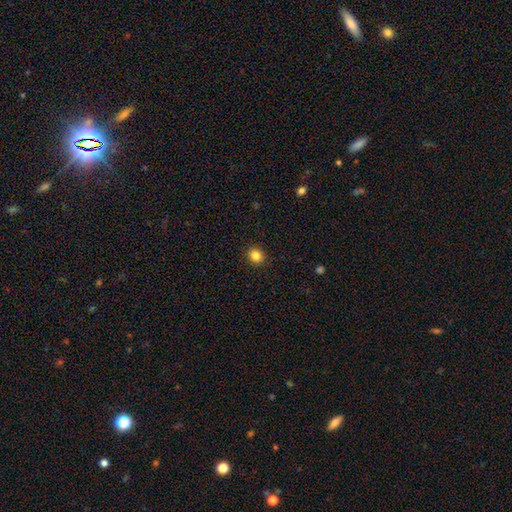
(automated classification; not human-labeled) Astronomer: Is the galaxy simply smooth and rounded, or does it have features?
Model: smooth — 84%.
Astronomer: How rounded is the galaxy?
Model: round — 81%.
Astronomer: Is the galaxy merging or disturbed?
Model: none — 92%.